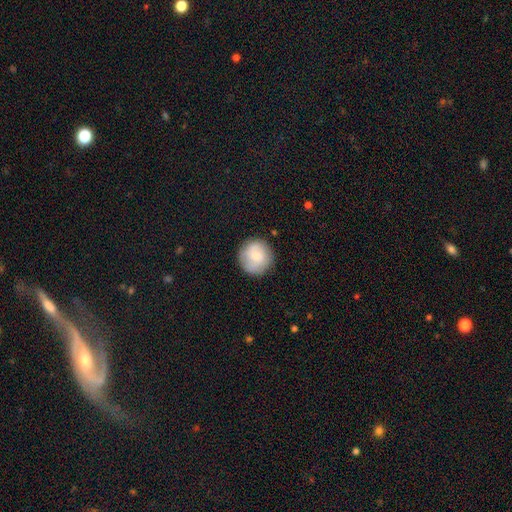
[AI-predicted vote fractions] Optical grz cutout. It shows a smooth galaxy with no disk features (73%) that is round (95%). Merging: none (86%).